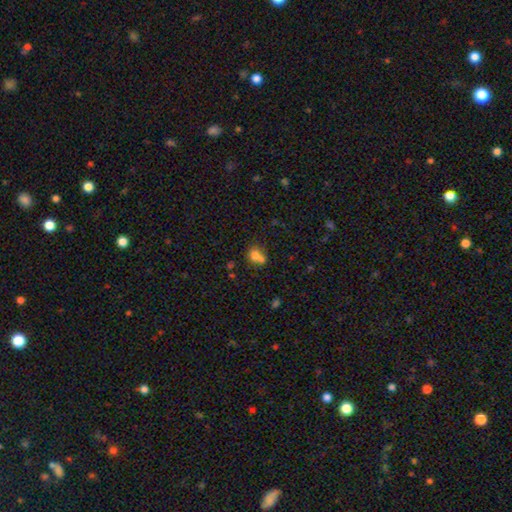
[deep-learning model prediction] A smooth galaxy with no disk features (72%) that is round (71%).

Vote fractions:
- Smooth or featured? smooth: 72% / featured or disk: 15% / star or artifact: 13%
- How rounded? round: 71% / in between: 28% / cigar-shaped: 1%
- Merging? merger: 56% / none: 33% / minor disturbance: 8% / major disturbance: 4%